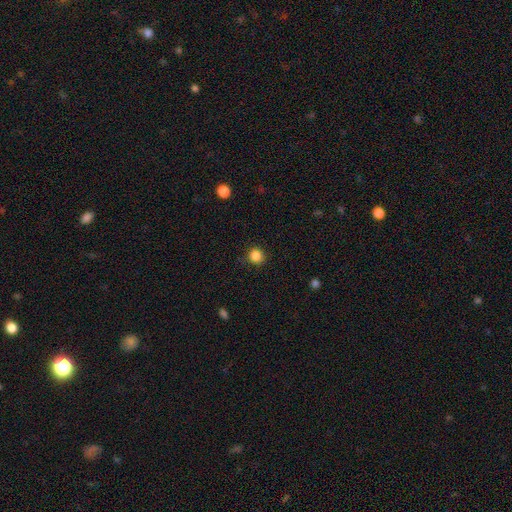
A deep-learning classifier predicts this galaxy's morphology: Smooth or featured?
  - smooth: 85% *
  - star or artifact: 11%
  - featured or disk: 3%
How rounded?
  - round: 92% *
  - in between: 7%
  - cigar-shaped: 1%
Merging?
  - none: 88% *
  - minor disturbance: 9%
  - major disturbance: 3%
  - merger: 1%